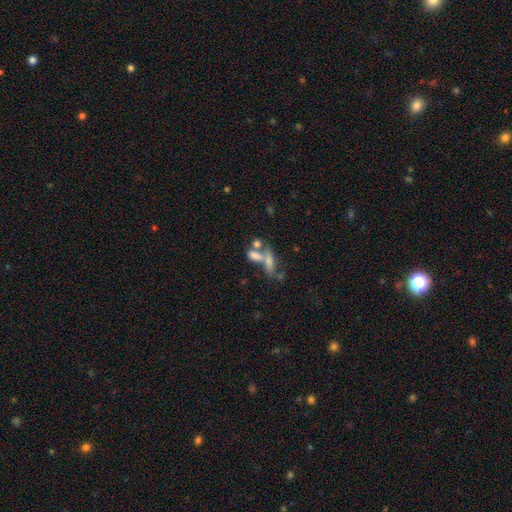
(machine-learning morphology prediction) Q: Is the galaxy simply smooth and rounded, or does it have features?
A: smooth — 64%.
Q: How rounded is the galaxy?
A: in between — 65%.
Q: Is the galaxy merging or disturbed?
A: merger — 51%.